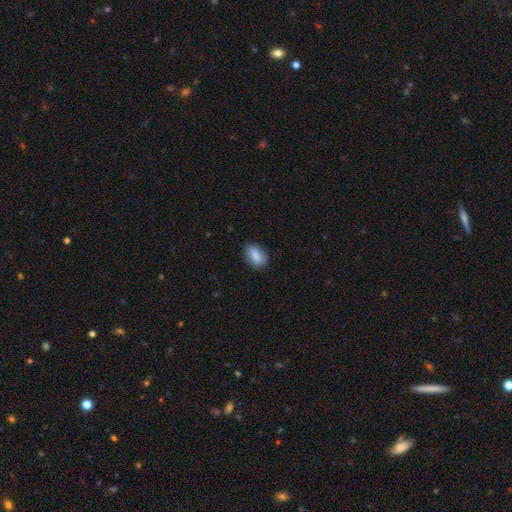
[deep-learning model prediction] Smooth or featured? Predicted: smooth (p=0.85). How rounded? Predicted: in between (p=0.88). Merging? Predicted: none (p=0.78).